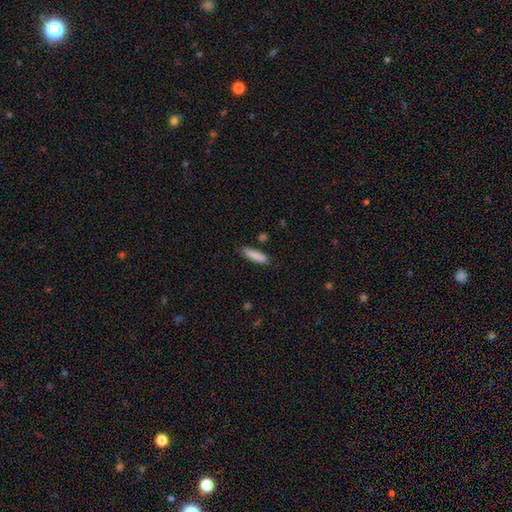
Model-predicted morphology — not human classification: This appears to be a smooth galaxy with no disk features (87%) that is cigar-shaped (67%). Merging: none (82%).